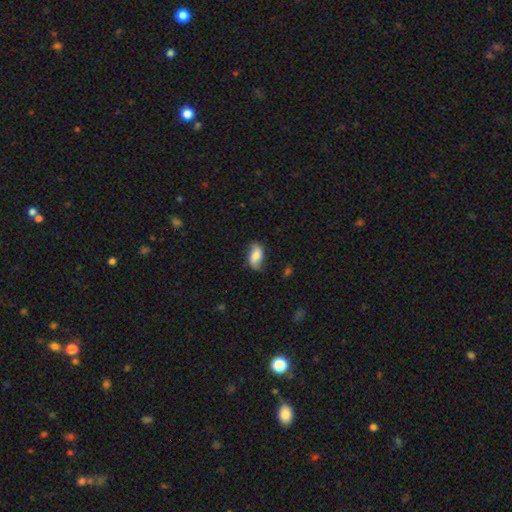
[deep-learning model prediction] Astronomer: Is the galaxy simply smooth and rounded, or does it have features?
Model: smooth — 58% (runner-up: featured or disk, 33%).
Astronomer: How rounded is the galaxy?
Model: in between — 89%.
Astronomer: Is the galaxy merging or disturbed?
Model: none — 69%.